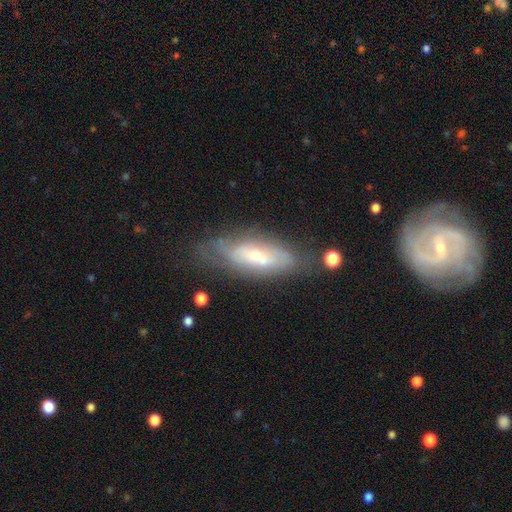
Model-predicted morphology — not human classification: Smooth or featured? Predicted: featured or disk (p=0.62). Edge-on disk? Predicted: no (p=0.70). Merging? Predicted: none (p=0.66).